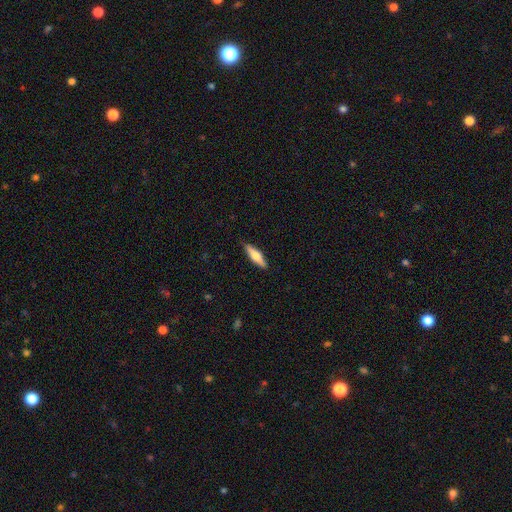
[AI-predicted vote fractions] smooth 58%, featured or disk 37%, star or artifact 5%. Down the decision tree: how rounded — cigar-shaped (68%); merging — none (89%).